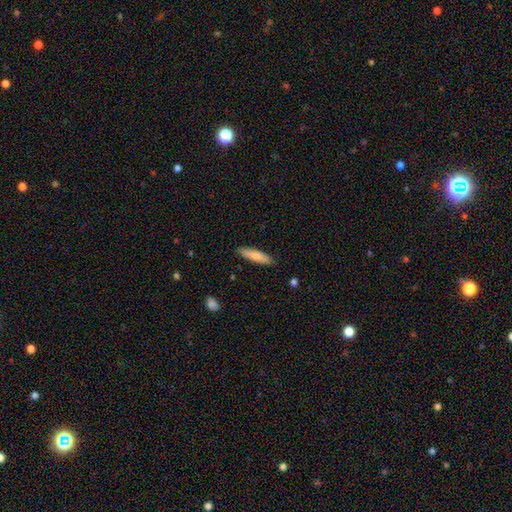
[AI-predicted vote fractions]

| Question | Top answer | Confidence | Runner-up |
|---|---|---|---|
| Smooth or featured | smooth | 78% | featured or disk (16%) |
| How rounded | cigar-shaped | 76% | in between (23%) |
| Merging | none | 88% | minor disturbance (9%) |